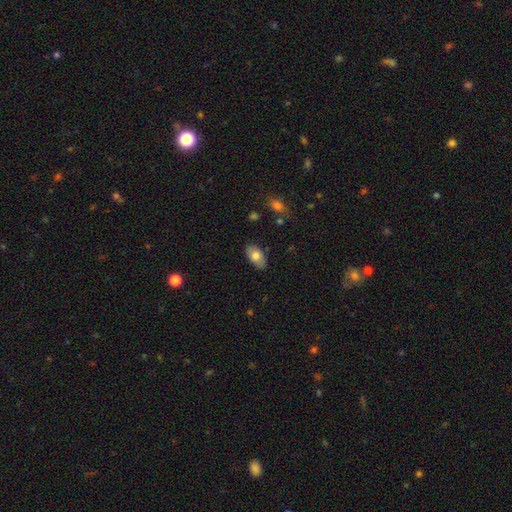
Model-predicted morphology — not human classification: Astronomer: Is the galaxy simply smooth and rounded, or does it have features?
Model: smooth — 76%.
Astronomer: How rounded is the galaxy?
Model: in between — 94%.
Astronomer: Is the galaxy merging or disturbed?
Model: none — 84%.